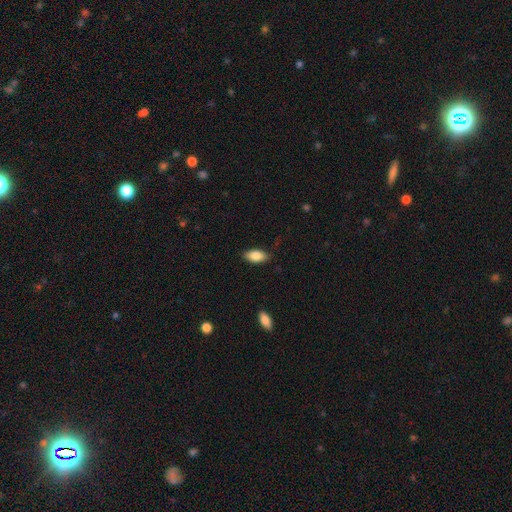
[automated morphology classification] Smooth or featured?
  - smooth: 85% *
  - featured or disk: 8%
  - star or artifact: 7%
How rounded?
  - in between: 92% *
  - cigar-shaped: 5%
  - round: 3%
Merging?
  - none: 83% *
  - minor disturbance: 13%
  - major disturbance: 3%
  - merger: 1%